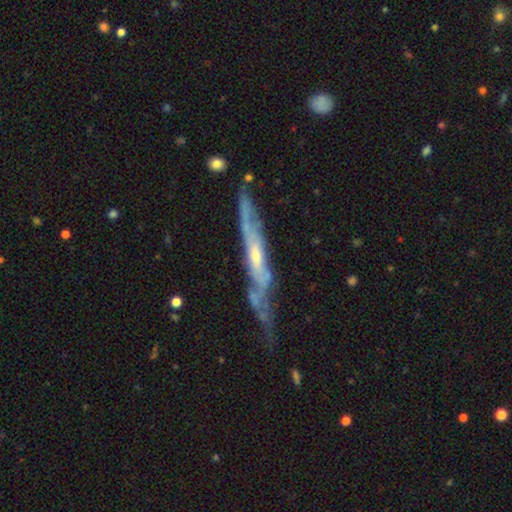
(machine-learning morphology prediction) Smooth or featured?
  - featured or disk: 81% *
  - smooth: 13%
  - star or artifact: 7%
Edge-on disk?
  - yes: 69% *
  - no: 31%
Edge-on bulge?
  - rounded: 52% *
  - none: 43%
  - boxy: 5%
Merging?
  - none: 60% *
  - minor disturbance: 27%
  - major disturbance: 9%
  - merger: 4%